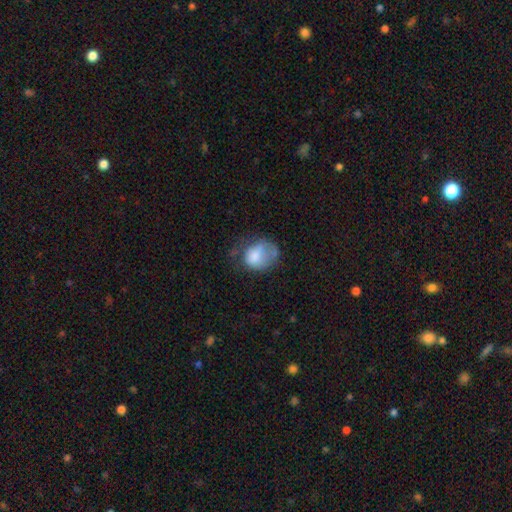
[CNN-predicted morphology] Overall: smooth (70%). How rounded: round (51%; in between 48%). Merging: major disturbance (36%; minor disturbance 30%).